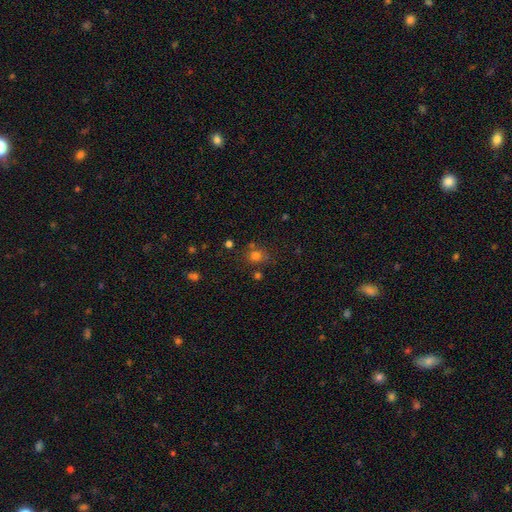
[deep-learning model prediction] Smooth or featured?
  - smooth: 74% *
  - star or artifact: 18%
  - featured or disk: 8%
How rounded?
  - round: 75% *
  - in between: 24%
  - cigar-shaped: 1%
Merging?
  - none: 69% *
  - minor disturbance: 14%
  - merger: 12%
  - major disturbance: 5%